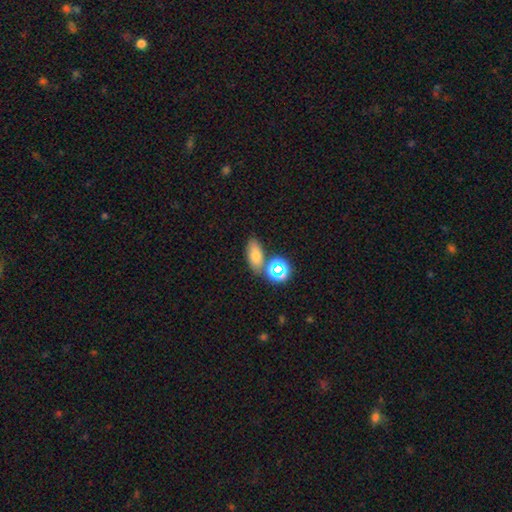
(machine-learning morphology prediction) Smooth or featured? smooth (70%)
How rounded? in between (79%)
Merging? none (69%)